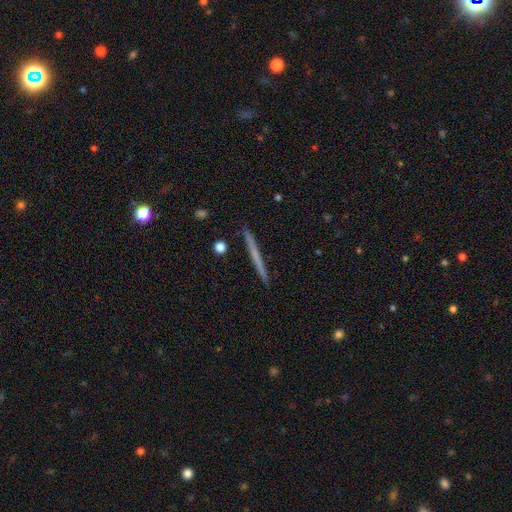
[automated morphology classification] The model was most divided on "smooth or featured": smooth: 49%, featured or disk: 45%, star or artifact: 6%. More confident: merging — none (92%).